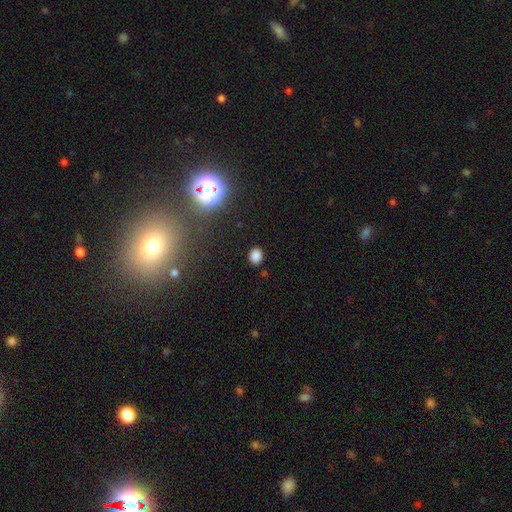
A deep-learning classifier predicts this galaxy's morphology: Smooth or featured? Predicted: smooth (p=0.82). How rounded? Predicted: round (p=0.59). Merging? Predicted: none (p=0.88).